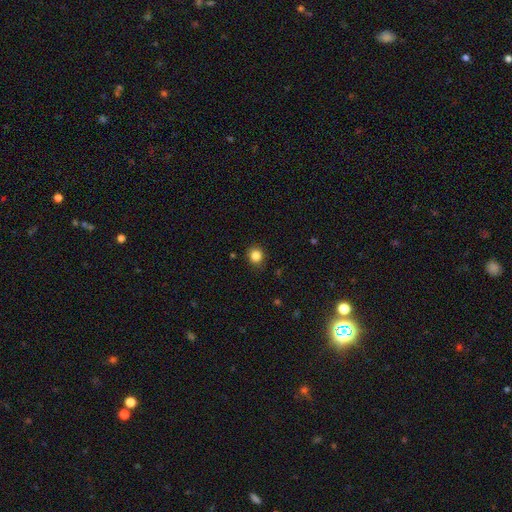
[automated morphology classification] Smooth or featured: smooth — 85% (star or artifact — 11%)
How rounded: round — 88% (in between — 11%)
Merging: none — 89% (minor disturbance — 8%)